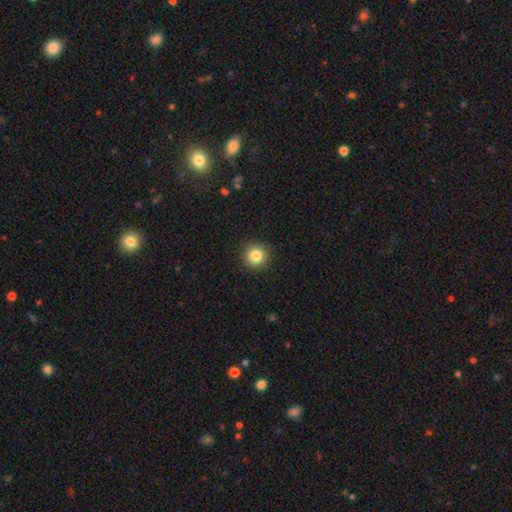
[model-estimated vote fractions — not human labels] Q: Smooth or featured?
A: smooth (85%); runner-up: star or artifact (10%)
Q: How rounded?
A: round (95%); runner-up: in between (4%)
Q: Merging?
A: none (92%); runner-up: minor disturbance (5%)